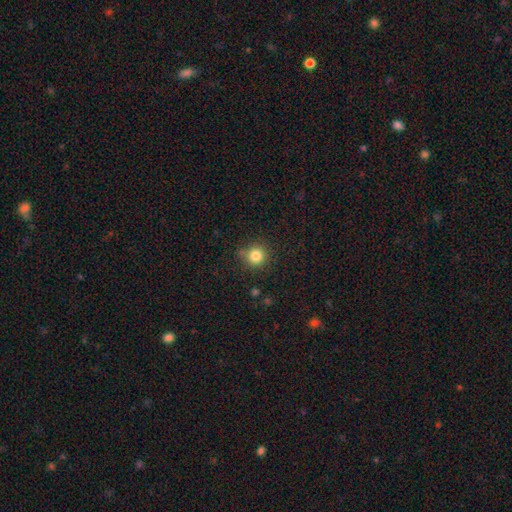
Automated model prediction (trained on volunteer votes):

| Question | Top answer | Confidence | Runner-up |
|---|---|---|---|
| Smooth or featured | smooth | 83% | star or artifact (12%) |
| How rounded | round | 94% | in between (5%) |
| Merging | none | 83% | minor disturbance (10%) |